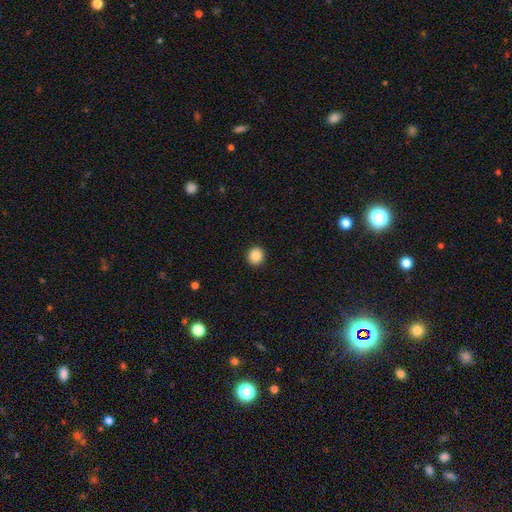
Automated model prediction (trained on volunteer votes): smooth-or-featured: smooth: 89% | star or artifact: 9% | featured or disk: 2%
  how-rounded: round: 92% | in between: 7% | cigar-shaped: 1%
  merging: none: 93% | minor disturbance: 5% | major disturbance: 2% | merger: 1%